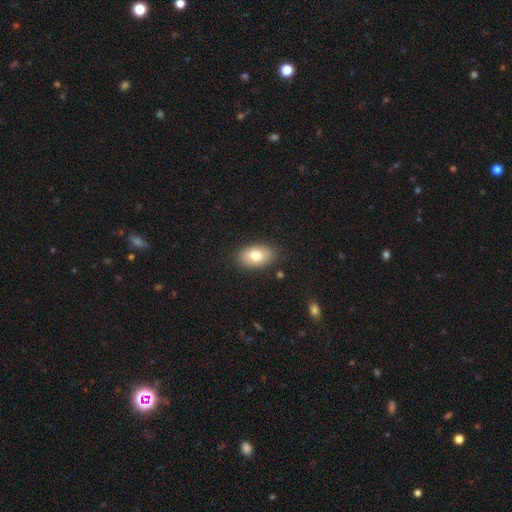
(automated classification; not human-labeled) A smooth galaxy with no disk features (80%) that is in between round and cigar-shaped (91%). Merging: none (85%).